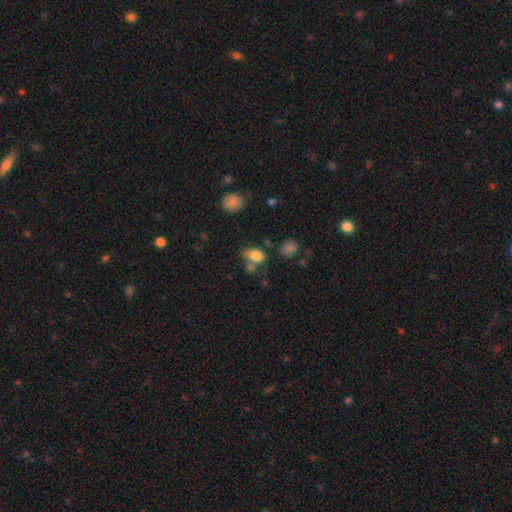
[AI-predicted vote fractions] smooth-or-featured: smooth: 81% | star or artifact: 10% | featured or disk: 9%
  how-rounded: in between: 81% | round: 17% | cigar-shaped: 2%
  merging: none: 56% | merger: 20% | minor disturbance: 18% | major disturbance: 6%